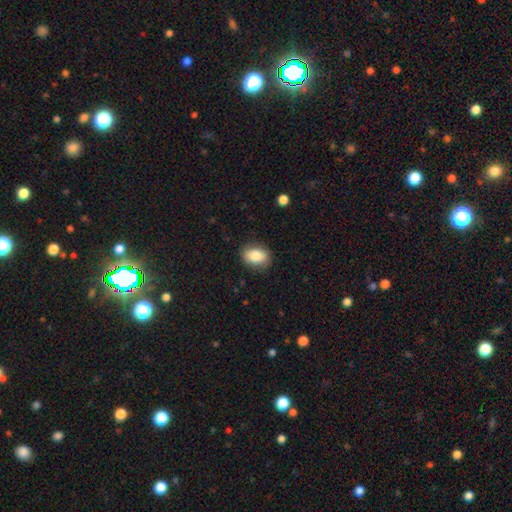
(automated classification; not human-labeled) This is clearly a smooth galaxy (83%). How rounded: likely in between (73%). Merging: clearly none (85%).